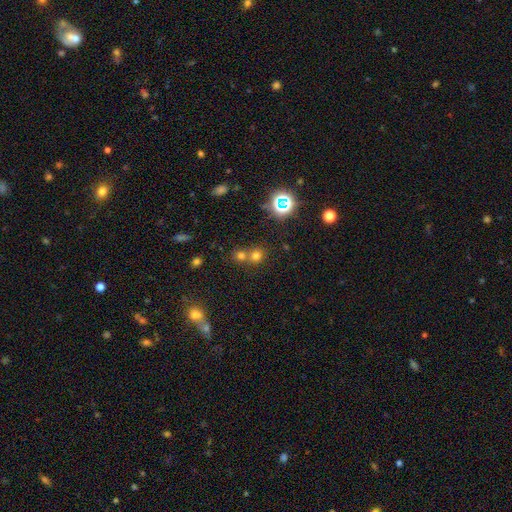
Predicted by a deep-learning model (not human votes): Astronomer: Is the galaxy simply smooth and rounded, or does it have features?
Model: smooth — 64%.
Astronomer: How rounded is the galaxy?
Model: round — 85%.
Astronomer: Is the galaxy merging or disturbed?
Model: none — 51% (runner-up: merger, 40%).